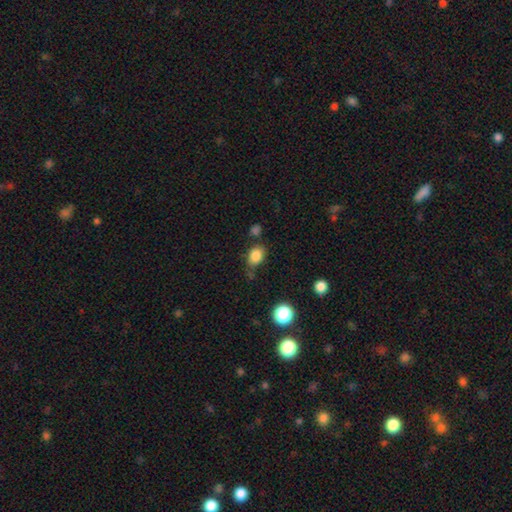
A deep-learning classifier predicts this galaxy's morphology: This appears to be a smooth galaxy with no disk features (84%) that is in between round and cigar-shaped (67%). Merging: none (64%).